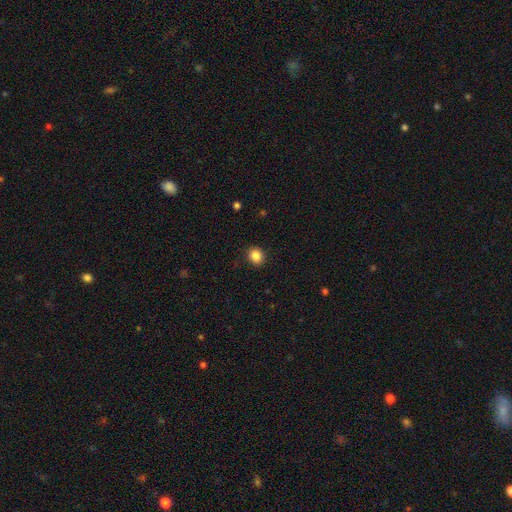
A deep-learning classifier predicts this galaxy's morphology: This is clearly a smooth galaxy (86%). How rounded: likely round (77%). Merging: clearly none (90%).